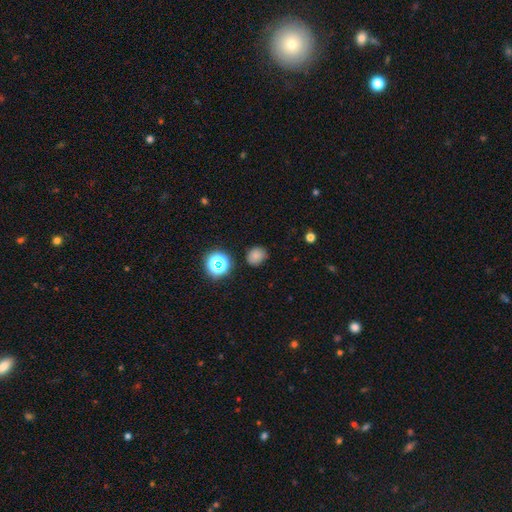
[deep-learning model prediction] Smooth or featured? smooth (76%)
How rounded? round (66%)
Merging? none (81%)